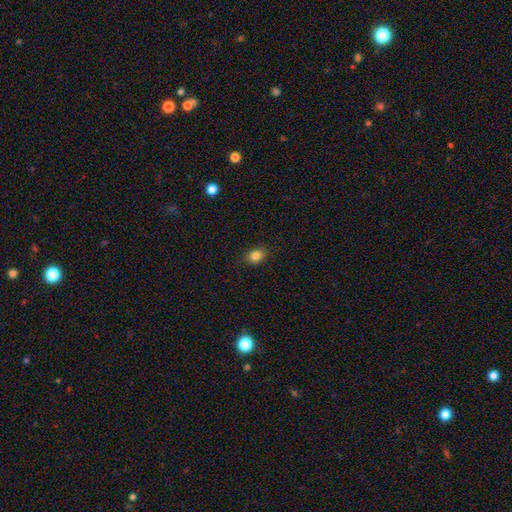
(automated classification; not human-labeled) The model was most divided on "how rounded": in between: 54%, round: 45%, cigar-shaped: 1%. More confident: merging — none (88%); smooth or featured — smooth (83%).